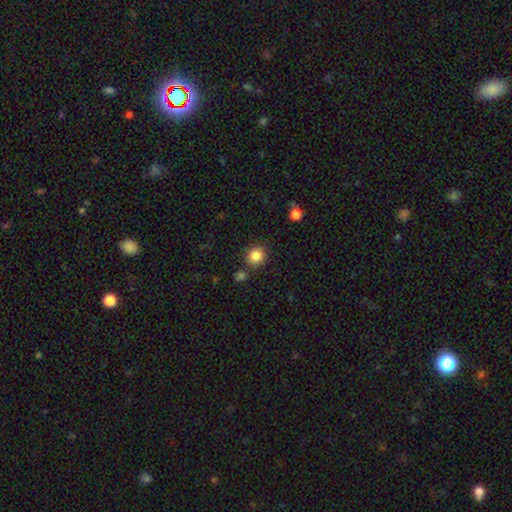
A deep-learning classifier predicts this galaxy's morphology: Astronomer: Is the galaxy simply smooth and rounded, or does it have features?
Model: smooth — 85%.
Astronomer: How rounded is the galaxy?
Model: round — 88%.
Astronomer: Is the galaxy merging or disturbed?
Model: none — 84%.